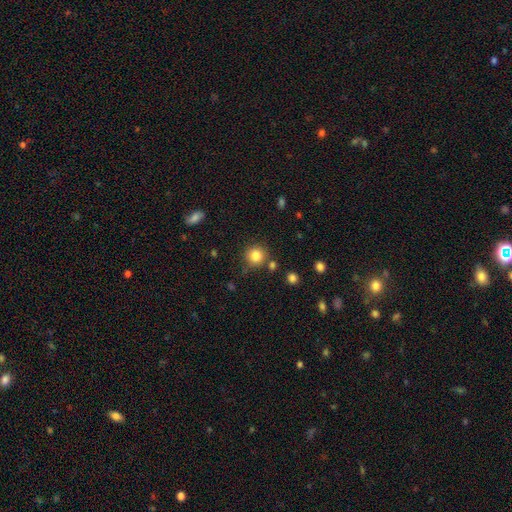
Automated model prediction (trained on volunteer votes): Smooth or featured? Predicted: smooth (p=0.84). How rounded? Predicted: round (p=0.92). Merging? Predicted: none (p=0.81).